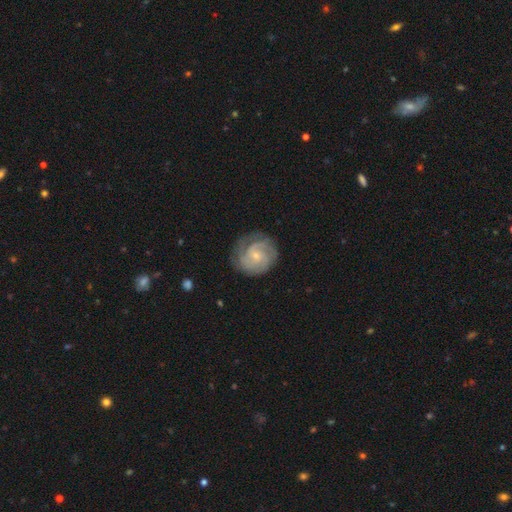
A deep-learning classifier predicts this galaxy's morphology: A featured or disk galaxy (82%) with no bar (64%), 3 (34%) tight (62%) spiral arms (96%) and a small central bulge (74%).

Vote fractions:
- Smooth or featured? featured or disk: 82% / smooth: 13% / star or artifact: 5%
- Edge-on disk? no: 98% / yes: 2%
- Bar? no: 64% / weak: 32% / strong: 4%
- Spiral arms? yes: 96% / no: 4%
- Spiral winding? tight: 62% / medium: 31% / loose: 6%
- Spiral arm count? 3: 34% / 2: 24% / can't tell: 22% / 4: 9% / 1: 5% / more than 4: 5%
- Bulge size? small: 74% / moderate: 21% / none: 3% / large: 1% / dominant: 1%
- Merging? none: 76% / minor disturbance: 16% / major disturbance: 6% / merger: 1%